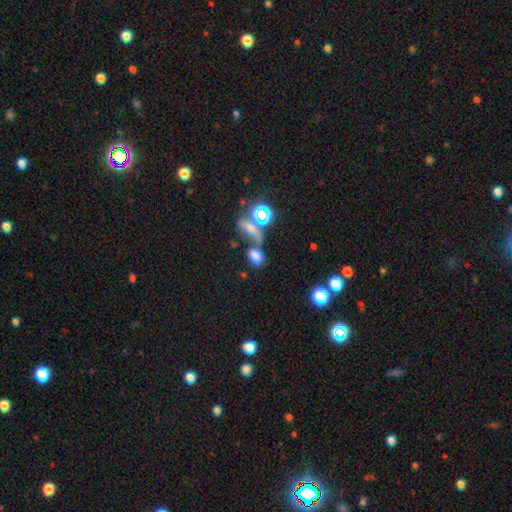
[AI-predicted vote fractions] Overall: smooth (65%). How rounded: in between (73%). Merging: merger (42%; none 34%).